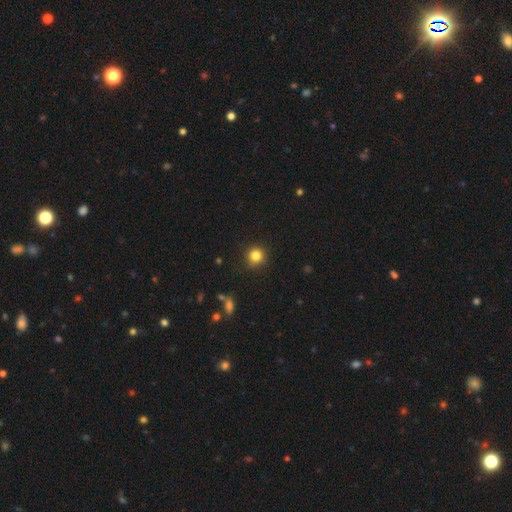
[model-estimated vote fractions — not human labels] A smooth galaxy with no disk features (83%) that is round (93%).

Vote fractions:
- Smooth or featured? smooth: 83% / star or artifact: 12% / featured or disk: 5%
- How rounded? round: 93% / in between: 6% / cigar-shaped: 1%
- Merging? none: 89% / minor disturbance: 7% / major disturbance: 2% / merger: 1%